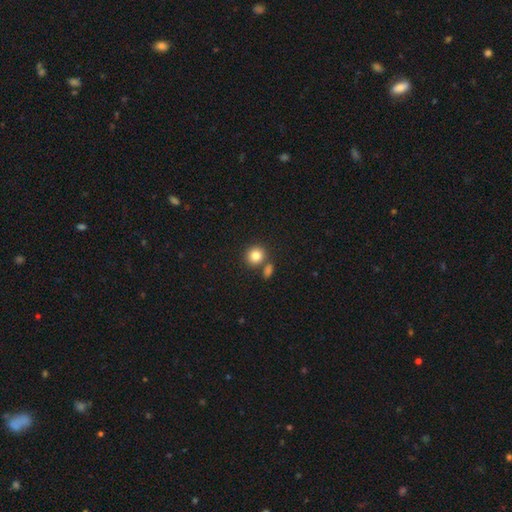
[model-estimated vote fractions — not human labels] Smooth or featured: smooth — 82% (star or artifact — 10%)
How rounded: round — 87% (in between — 13%)
Merging: none — 71% (merger — 18%)